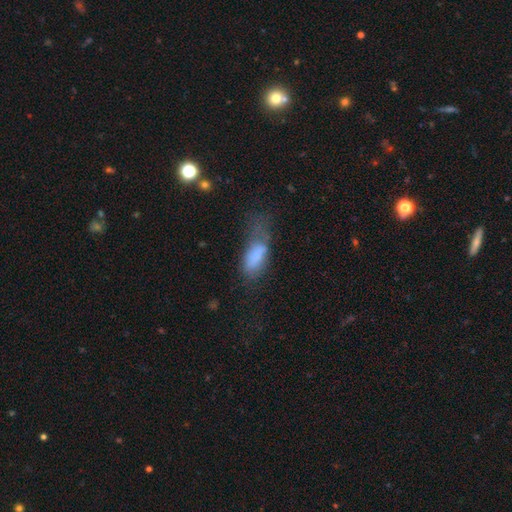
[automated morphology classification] smooth_or_featured: smooth (p=0.74) [alt: featured or disk p=0.16]
how_rounded: in between (p=0.79) [alt: cigar-shaped p=0.18]
merging: major disturbance (p=0.47) [alt: minor disturbance p=0.26]